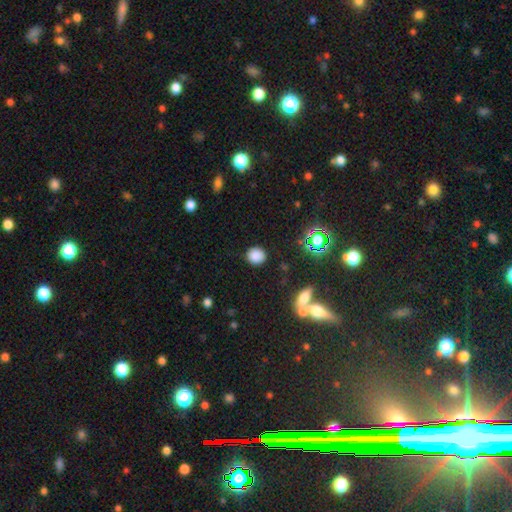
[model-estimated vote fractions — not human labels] Q: Smooth or featured?
A: smooth (82%); runner-up: star or artifact (13%)
Q: How rounded?
A: round (83%); runner-up: in between (16%)
Q: Merging?
A: none (86%); runner-up: minor disturbance (8%)